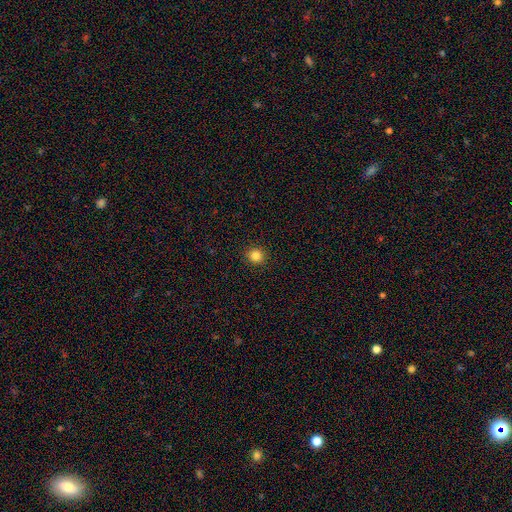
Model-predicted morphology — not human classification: A smooth galaxy with no disk features (83%) that is round (91%).

Vote fractions:
- Smooth or featured? smooth: 83% / star or artifact: 13% / featured or disk: 4%
- How rounded? round: 91% / in between: 8% / cigar-shaped: 1%
- Merging? none: 93% / minor disturbance: 5% / major disturbance: 2% / merger: 1%